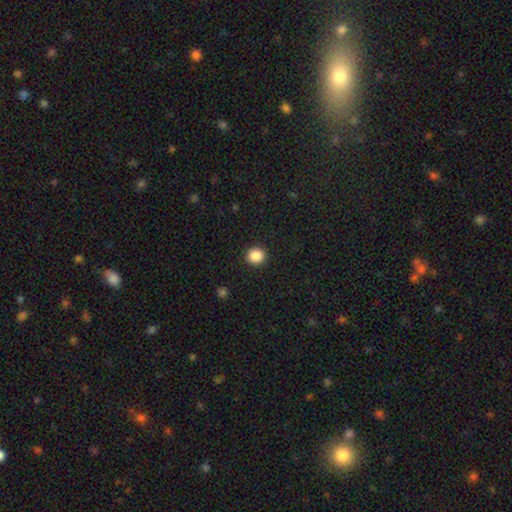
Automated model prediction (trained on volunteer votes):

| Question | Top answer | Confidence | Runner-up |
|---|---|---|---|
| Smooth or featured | smooth | 87% | star or artifact (10%) |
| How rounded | round | 90% | in between (9%) |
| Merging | none | 92% | minor disturbance (5%) |